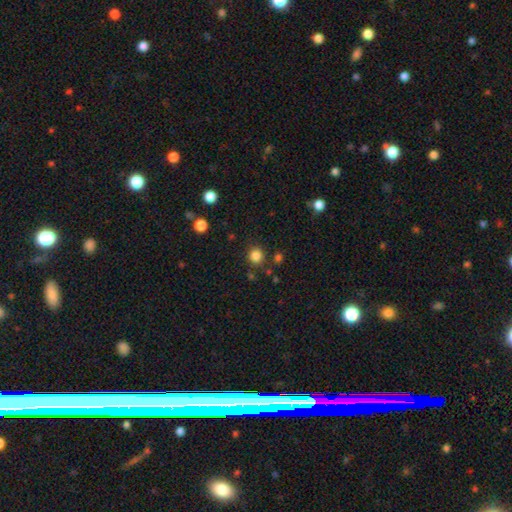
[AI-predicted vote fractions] Smooth or featured? smooth (83%)
How rounded? round (90%)
Merging? none (85%)